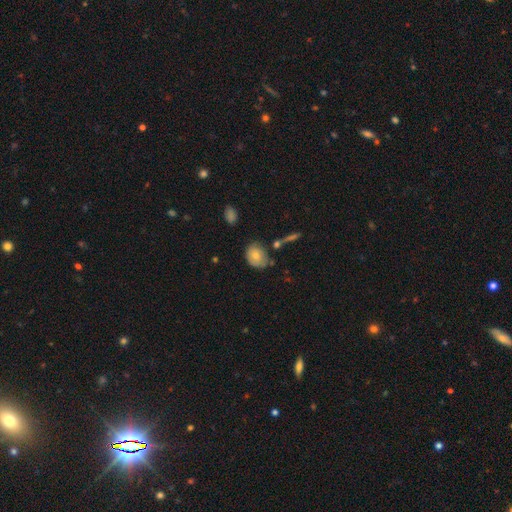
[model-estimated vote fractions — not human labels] Q: Smooth or featured?
A: smooth (69%); runner-up: featured or disk (22%)
Q: How rounded?
A: in between (49%); tied with: round (49%)
Q: Merging?
A: none (62%); runner-up: minor disturbance (25%)